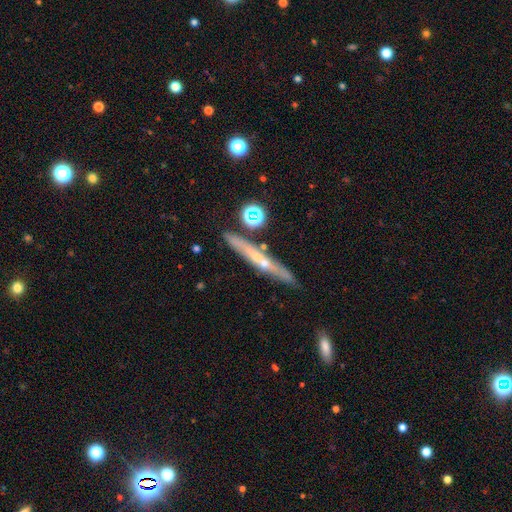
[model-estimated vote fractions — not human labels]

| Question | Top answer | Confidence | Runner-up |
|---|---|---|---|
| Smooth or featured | featured or disk | 56% | smooth (34%) |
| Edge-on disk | yes | 88% | no (12%) |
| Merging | none | 78% | minor disturbance (11%) |